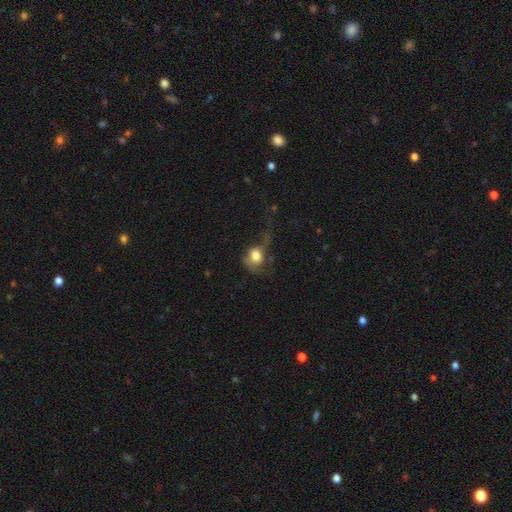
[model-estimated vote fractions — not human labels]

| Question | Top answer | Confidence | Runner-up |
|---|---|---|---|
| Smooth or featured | smooth | 65% | featured or disk (26%) |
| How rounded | round | 58% | in between (41%) |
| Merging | major disturbance | 57% | none (21%) |